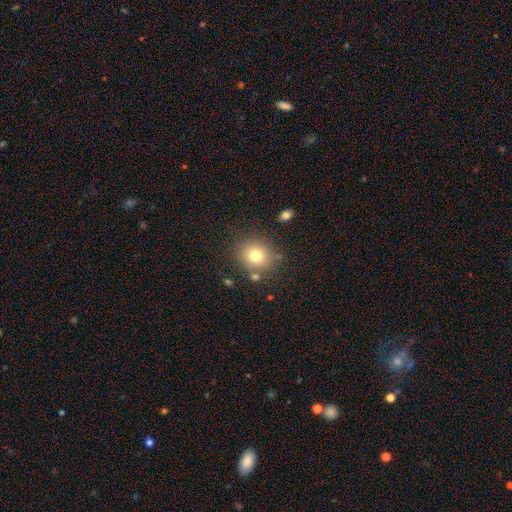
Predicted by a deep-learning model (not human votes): The model was most divided on "smooth or featured": smooth: 76%, star or artifact: 13%, featured or disk: 11%. More confident: how rounded — round (82%); merging — none (77%).